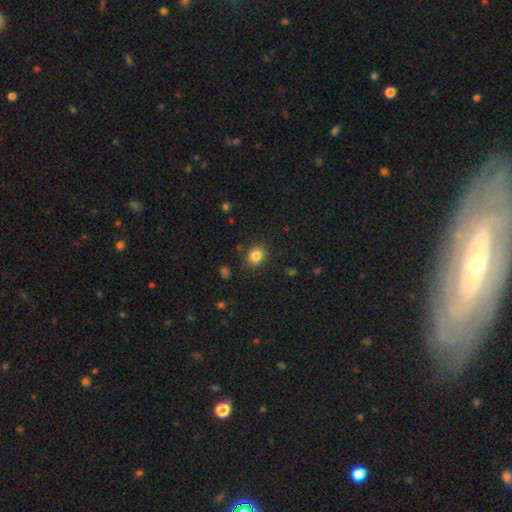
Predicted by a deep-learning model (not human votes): smooth-or-featured: smooth: 84% | star or artifact: 11% | featured or disk: 6%
  how-rounded: round: 72% | in between: 27% | cigar-shaped: 1%
  merging: none: 86% | minor disturbance: 9% | major disturbance: 3% | merger: 2%